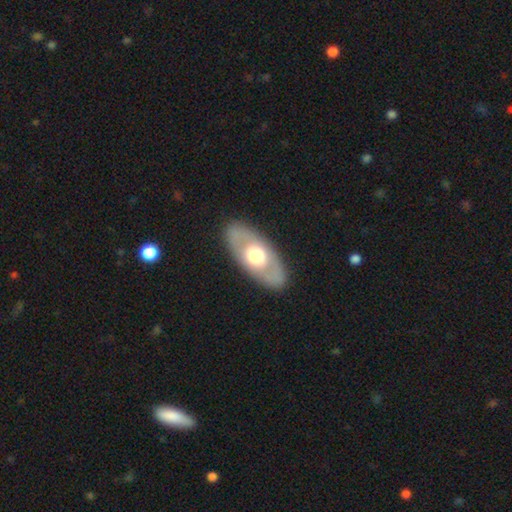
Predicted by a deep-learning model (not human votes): Q: Smooth or featured?
A: featured or disk (48%); runner-up: smooth (47%)
Q: Merging?
A: none (87%); runner-up: minor disturbance (9%)